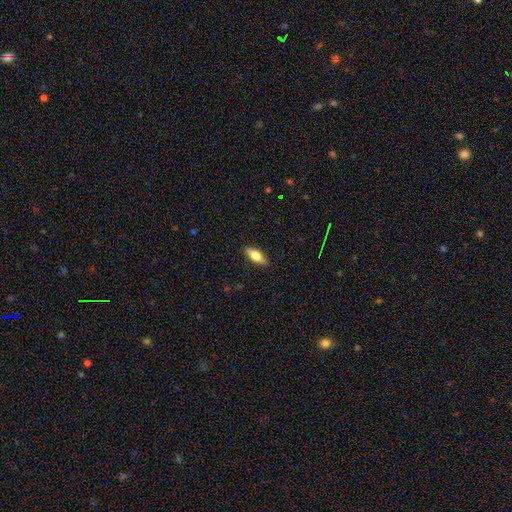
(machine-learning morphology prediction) type=smooth (66%); roundness=in between (73%); merging=none (89%).